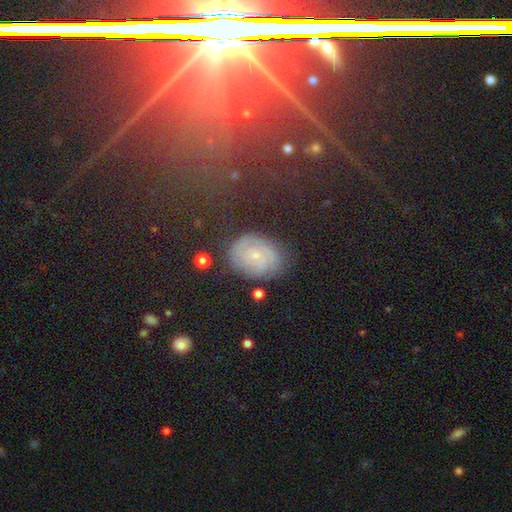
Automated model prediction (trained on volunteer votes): Overall: featured or disk (61%; smooth 24%). Edge-on disk: no (97%). Bar: no (65%; weak 30%). Spiral arms: yes (88%). Spiral arm count: can't tell (39%; 2 31%). Spiral winding: tight (60%; medium 31%). Bulge size: small (81%). Merging: none (75%).